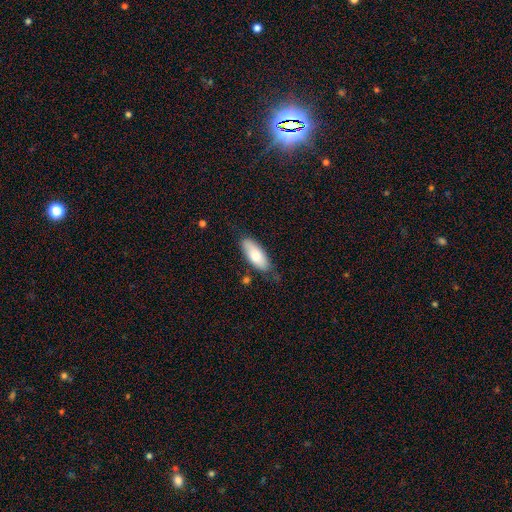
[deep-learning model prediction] smooth 79%, featured or disk 15%, star or artifact 6%. Down the decision tree: how rounded — in between (78%); merging — none (74%).